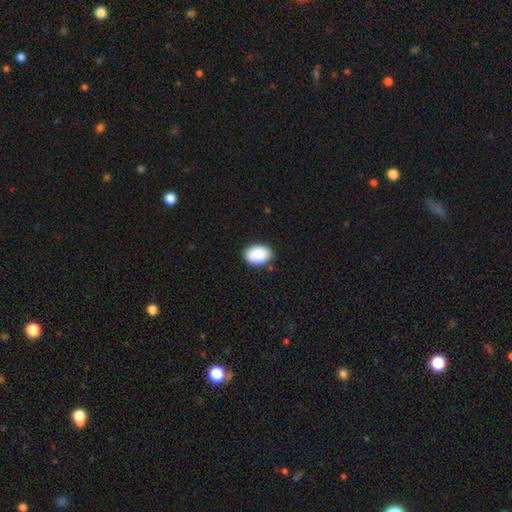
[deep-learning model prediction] This appears to be a smooth galaxy with no disk features (90%) that is in between round and cigar-shaped (82%). Merging: none (84%).